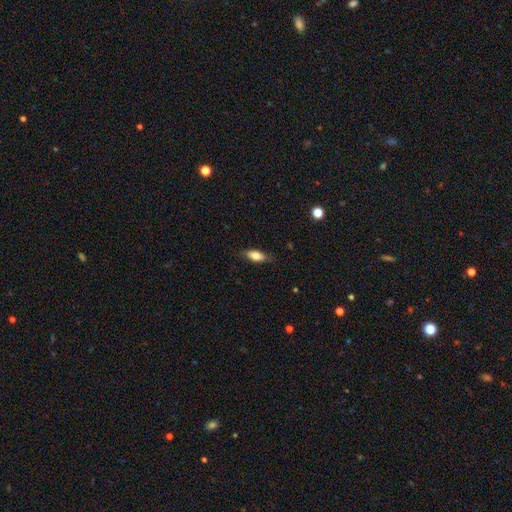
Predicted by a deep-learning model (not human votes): Smooth or featured? Predicted: smooth (p=0.78). How rounded? Predicted: in between (p=0.79). Merging? Predicted: none (p=0.79).